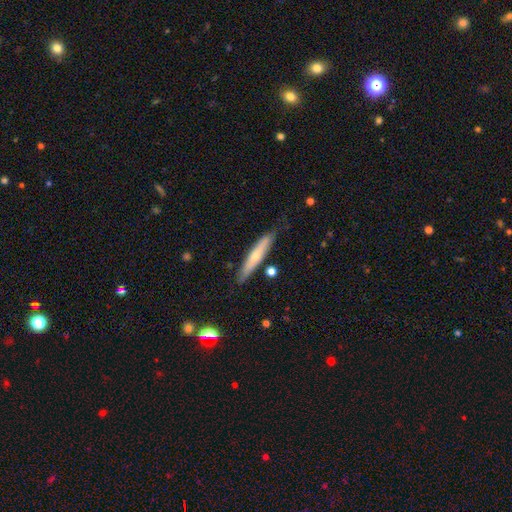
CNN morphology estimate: A smooth galaxy with no disk features (52%) that is cigar-shaped (90%).

Vote fractions:
- Smooth or featured? smooth: 52% / featured or disk: 42% / star or artifact: 6%
- How rounded? cigar-shaped: 90% / in between: 8% / round: 2%
- Merging? none: 80% / minor disturbance: 14% / merger: 3% / major disturbance: 3%